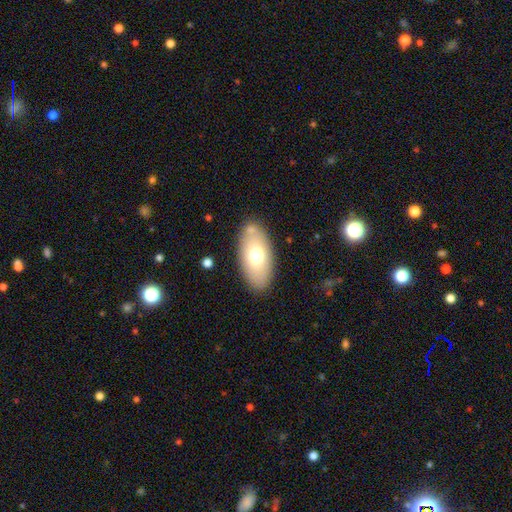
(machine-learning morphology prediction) Smooth or featured? Predicted: smooth (p=0.69). How rounded? Predicted: in between (p=0.93). Merging? Predicted: none (p=0.80).